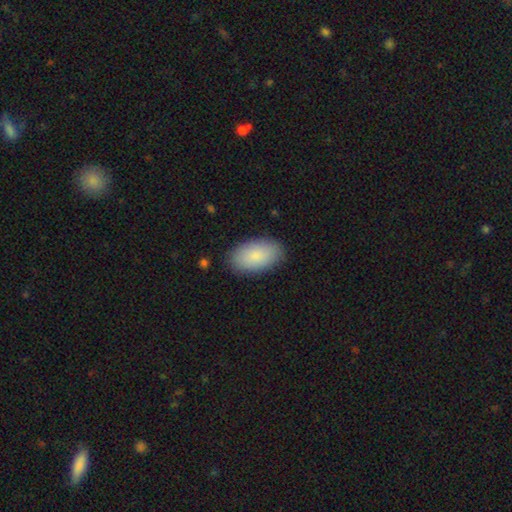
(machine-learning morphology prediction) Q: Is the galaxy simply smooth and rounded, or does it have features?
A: smooth — 86%.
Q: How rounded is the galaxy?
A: in between — 95%.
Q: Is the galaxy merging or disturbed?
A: none — 86%.